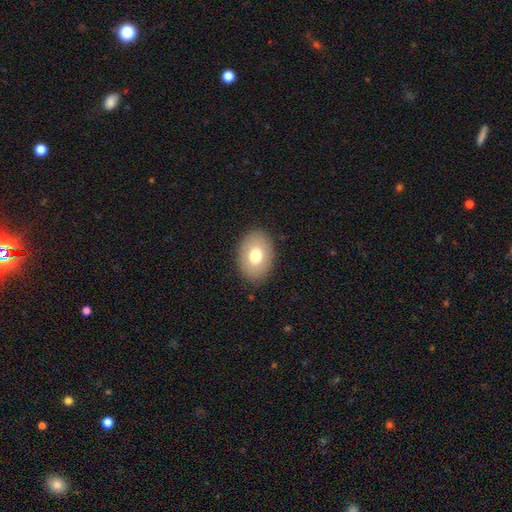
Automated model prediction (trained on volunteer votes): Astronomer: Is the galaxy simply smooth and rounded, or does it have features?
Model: smooth — 72%.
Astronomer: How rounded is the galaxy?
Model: in between — 79%.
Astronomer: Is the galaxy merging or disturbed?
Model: none — 87%.